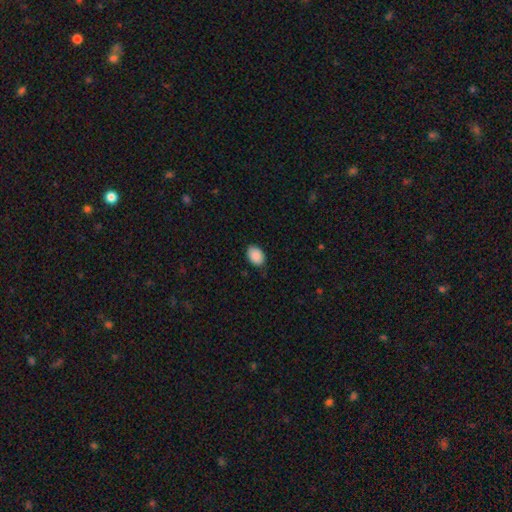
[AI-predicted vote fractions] Smooth or featured: smooth — 90% (star or artifact — 7%)
How rounded: in between — 81% (round — 18%)
Merging: none — 85% (minor disturbance — 12%)